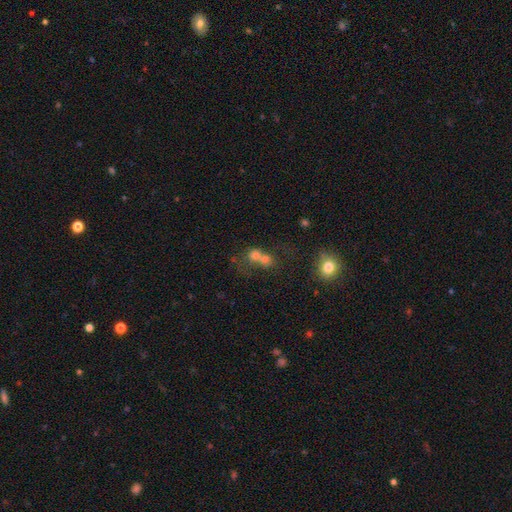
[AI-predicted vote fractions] Overall: smooth (65%). How rounded: round (73%). Merging: merger (63%; none 25%).